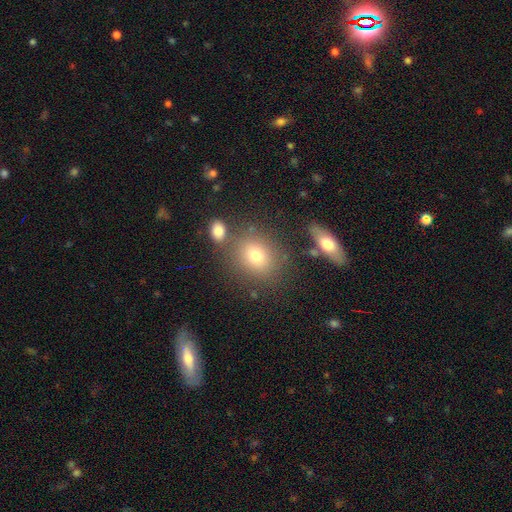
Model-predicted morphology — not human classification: A smooth galaxy with no disk features (74%) that is round (61%). Merging: none (74%).